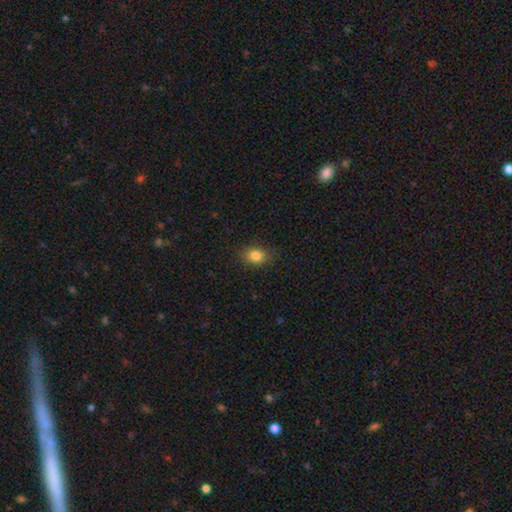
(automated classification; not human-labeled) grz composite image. It shows a smooth galaxy with no disk features (84%) that is in between round and cigar-shaped (63%). Merging: none (82%).